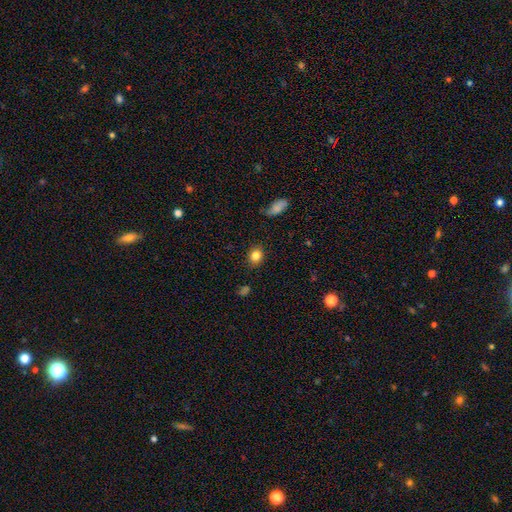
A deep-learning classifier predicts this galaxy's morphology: smooth-or-featured: smooth: 83% | star or artifact: 10% | featured or disk: 7%
  how-rounded: round: 59% | in between: 40% | cigar-shaped: 1%
  merging: none: 87% | minor disturbance: 9% | major disturbance: 2% | merger: 1%